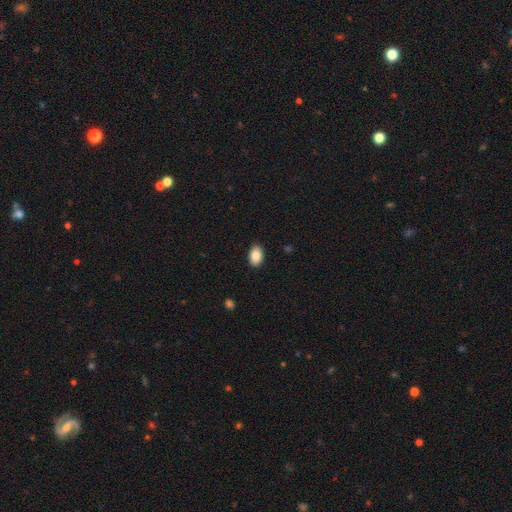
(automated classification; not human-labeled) This appears to be a smooth galaxy with no disk features (88%) that is in between round and cigar-shaped (90%). Merging: none (88%).